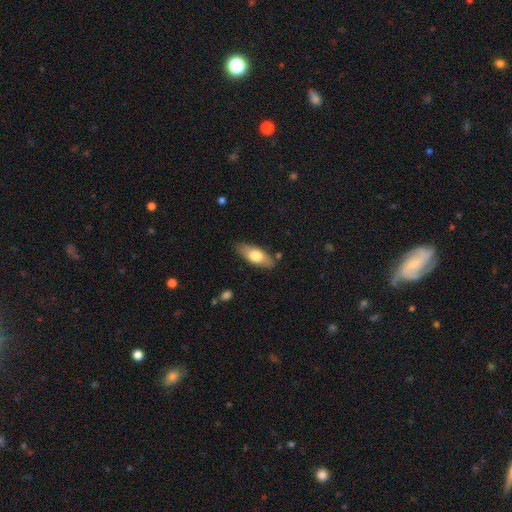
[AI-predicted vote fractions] Smooth or featured: smooth — 69% (featured or disk — 25%)
How rounded: in between — 77% (cigar-shaped — 20%)
Merging: none — 82% (minor disturbance — 13%)